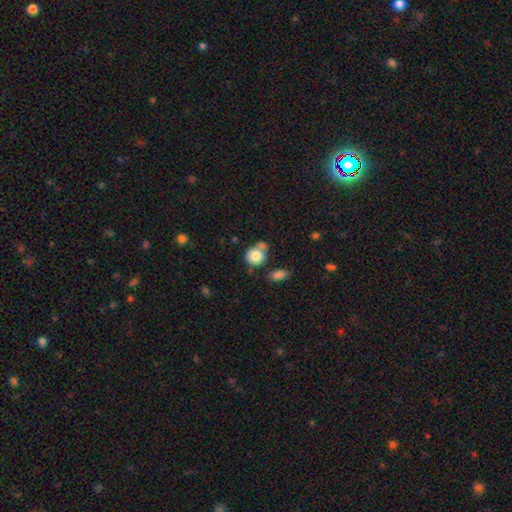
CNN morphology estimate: Smooth or featured: smooth — 81% (featured or disk — 11%)
How rounded: round — 81% (in between — 18%)
Merging: none — 53% (merger — 25%)